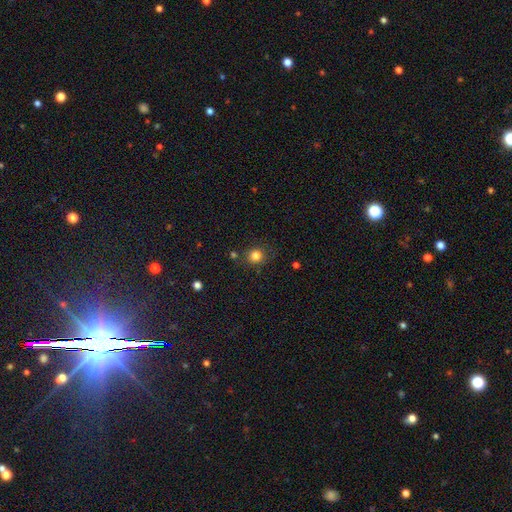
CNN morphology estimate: This appears to be a smooth galaxy with no disk features (82%) that is round (86%). Merging: none (81%).